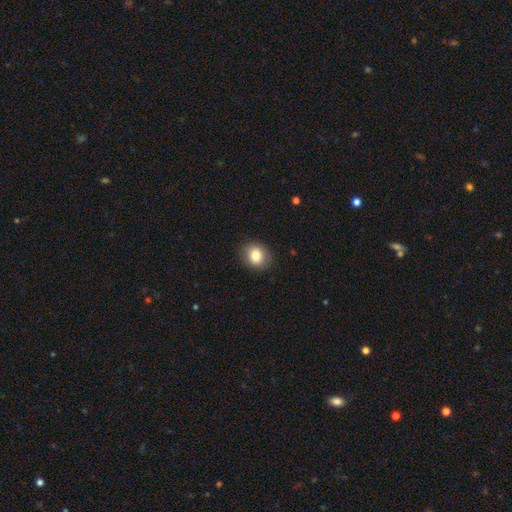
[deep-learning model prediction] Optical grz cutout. It shows a smooth galaxy with no disk features (83%) that is round (64%). Merging: none (87%).